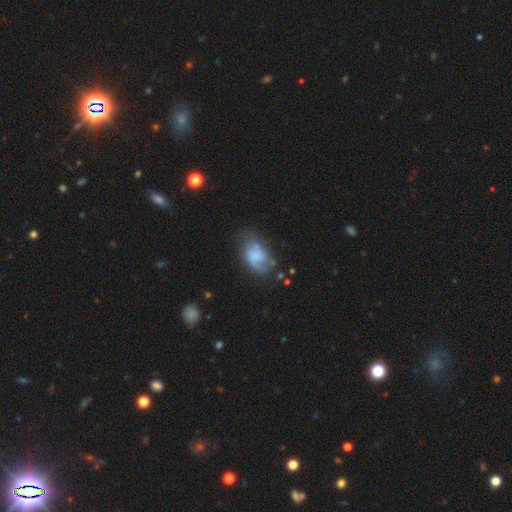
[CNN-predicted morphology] smooth-or-featured: featured or disk: 46% | smooth: 45% | star or artifact: 10%
  merging: none: 39% | minor disturbance: 29% | major disturbance: 25% | merger: 7%